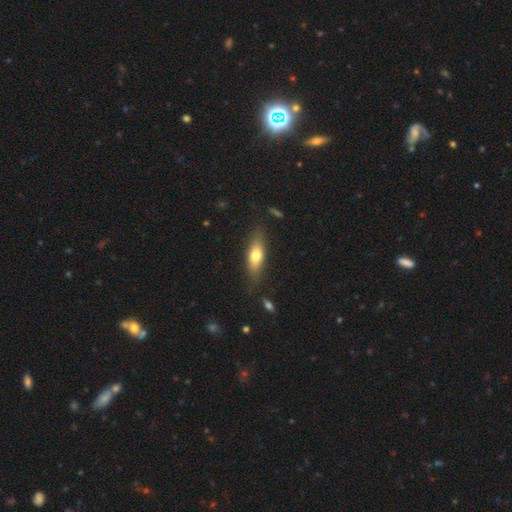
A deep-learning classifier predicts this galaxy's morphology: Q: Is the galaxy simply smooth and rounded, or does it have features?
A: smooth — 67%.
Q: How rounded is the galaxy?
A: in between — 55%.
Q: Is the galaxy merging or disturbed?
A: none — 79%.